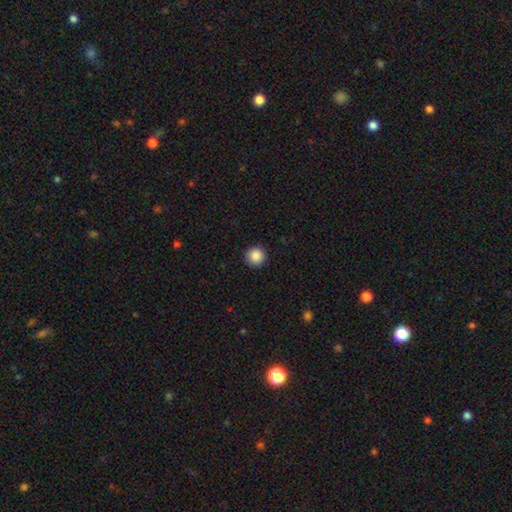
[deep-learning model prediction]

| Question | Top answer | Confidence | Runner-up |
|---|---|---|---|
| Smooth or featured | smooth | 88% | star or artifact (9%) |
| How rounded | round | 96% | in between (3%) |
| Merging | none | 92% | minor disturbance (5%) |